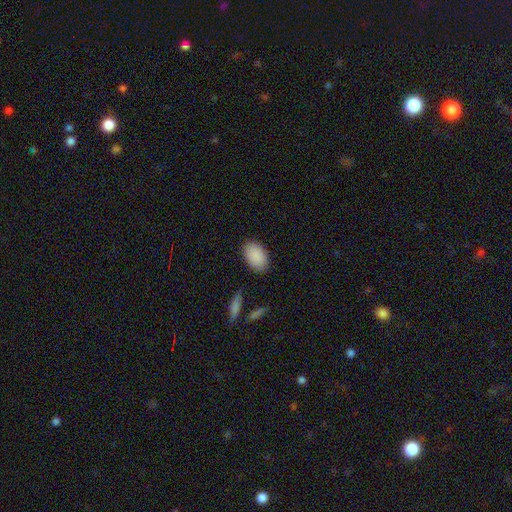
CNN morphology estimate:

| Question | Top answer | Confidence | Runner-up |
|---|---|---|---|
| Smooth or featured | smooth | 90% | star or artifact (7%) |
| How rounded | in between | 90% | round (9%) |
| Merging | none | 86% | minor disturbance (10%) |